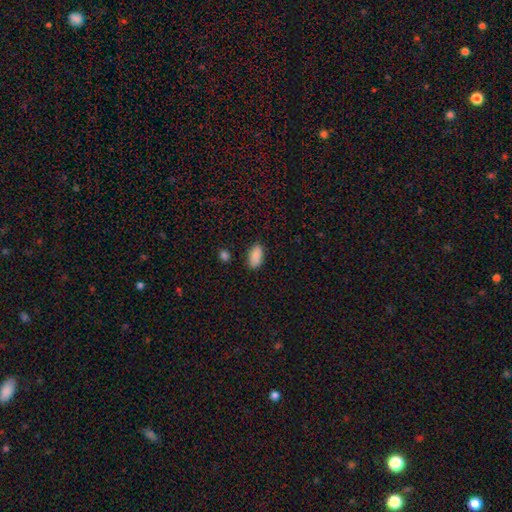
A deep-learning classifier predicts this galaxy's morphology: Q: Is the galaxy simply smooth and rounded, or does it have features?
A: smooth — 89%.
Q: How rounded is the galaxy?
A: in between — 93%.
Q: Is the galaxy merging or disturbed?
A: none — 83%.